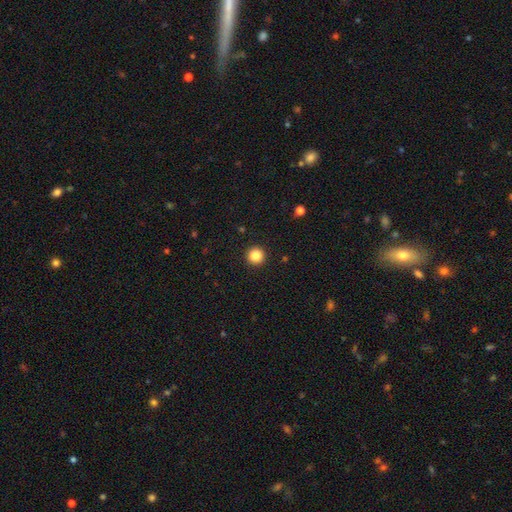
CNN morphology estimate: smooth-or-featured: smooth: 85% | star or artifact: 11% | featured or disk: 4%
  how-rounded: round: 96% | in between: 3% | cigar-shaped: 1%
  merging: none: 93% | minor disturbance: 4% | major disturbance: 2% | merger: 1%